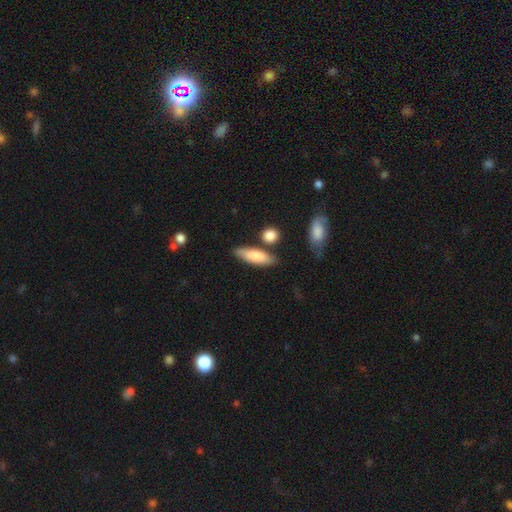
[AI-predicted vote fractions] A smooth galaxy with no disk features (77%) that is in between round and cigar-shaped (50%). Merging: none (74%).